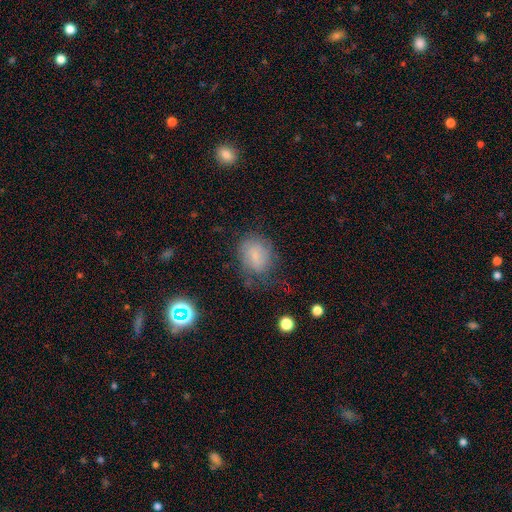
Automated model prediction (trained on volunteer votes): Overall: smooth (60%; featured or disk 29%). How rounded: in between (51%; round 48%). Merging: none (54%; minor disturbance 28%).